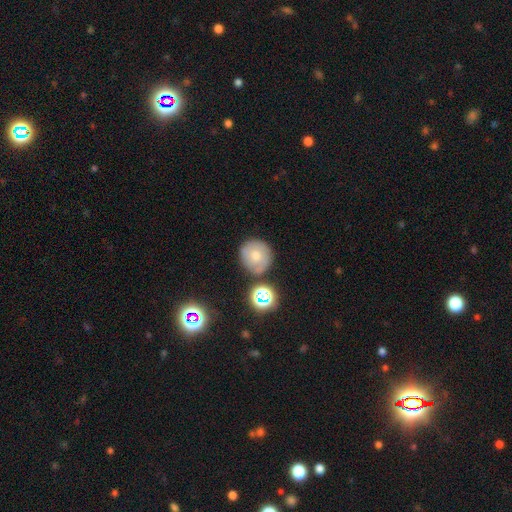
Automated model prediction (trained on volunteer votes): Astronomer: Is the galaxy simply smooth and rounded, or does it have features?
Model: smooth — 63%.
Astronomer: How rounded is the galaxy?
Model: round — 92%.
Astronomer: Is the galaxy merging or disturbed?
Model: none — 73%.